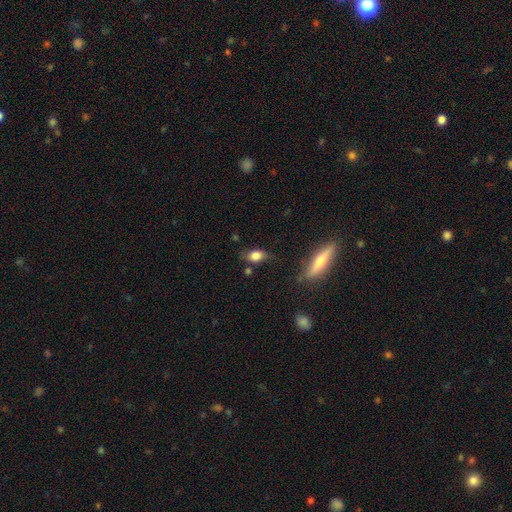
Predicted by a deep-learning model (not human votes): A smooth galaxy with no disk features (77%) that is in between round and cigar-shaped (76%). Merging: none (64%).